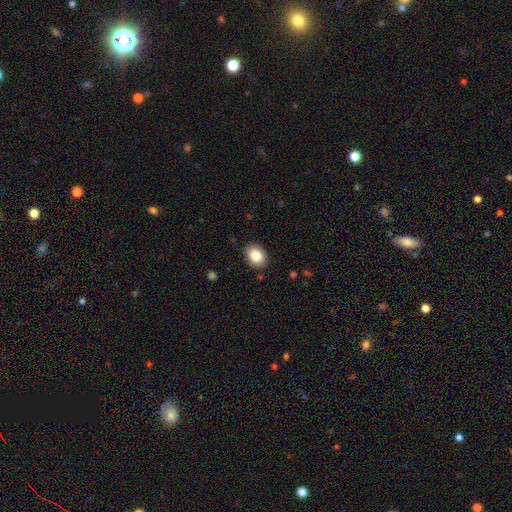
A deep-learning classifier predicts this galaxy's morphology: Q: Smooth or featured?
A: smooth (86%); runner-up: star or artifact (8%)
Q: How rounded?
A: in between (68%); runner-up: round (31%)
Q: Merging?
A: none (86%); runner-up: minor disturbance (10%)